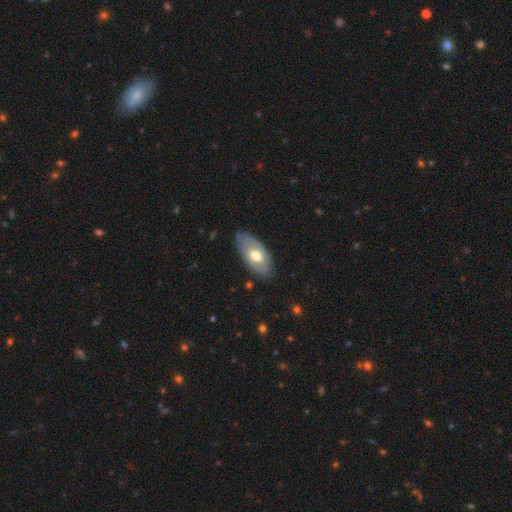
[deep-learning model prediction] Overall: smooth (51%; featured or disk 43%). How rounded: in between (91%). Merging: none (75%).